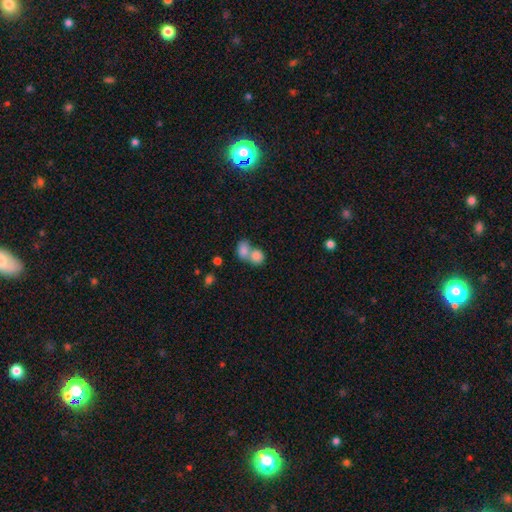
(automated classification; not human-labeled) Smooth or featured: smooth — 82% (featured or disk — 10%)
How rounded: round — 57% (in between — 42%)
Merging: merger — 68% (none — 23%)